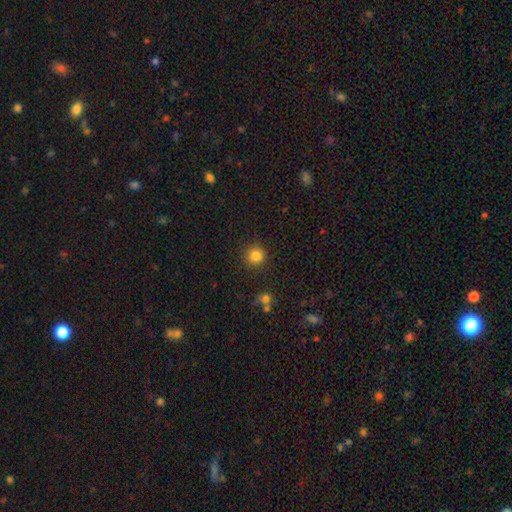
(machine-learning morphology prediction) The model was most divided on "smooth or featured": smooth: 84%, star or artifact: 12%, featured or disk: 4%. More confident: how rounded — round (92%); merging — none (88%).